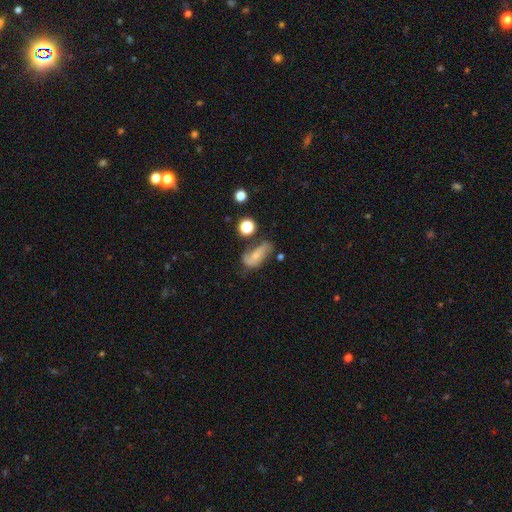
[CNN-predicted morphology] The model was most divided on "smooth or featured": featured or disk: 47%, smooth: 42%, star or artifact: 11%. Remaining: merging — none (39%).